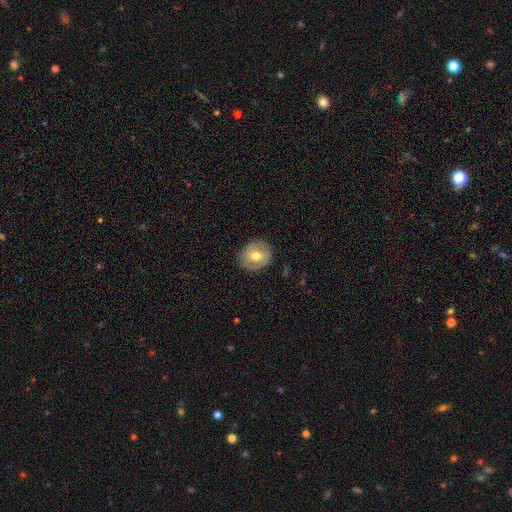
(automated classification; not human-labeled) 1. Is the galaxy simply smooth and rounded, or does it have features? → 56% smooth, 37% featured or disk, 7% star or artifact.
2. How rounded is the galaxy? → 69% round, 30% in between, 1% cigar-shaped.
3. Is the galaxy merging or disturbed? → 84% none, 11% minor disturbance, 3% major disturbance, 1% merger.